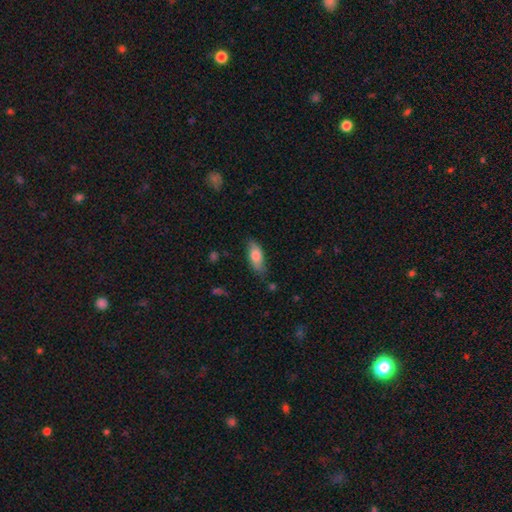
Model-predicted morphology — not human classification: This appears to be a smooth galaxy with no disk features (78%) that is in between round and cigar-shaped (79%). Merging: none (73%).